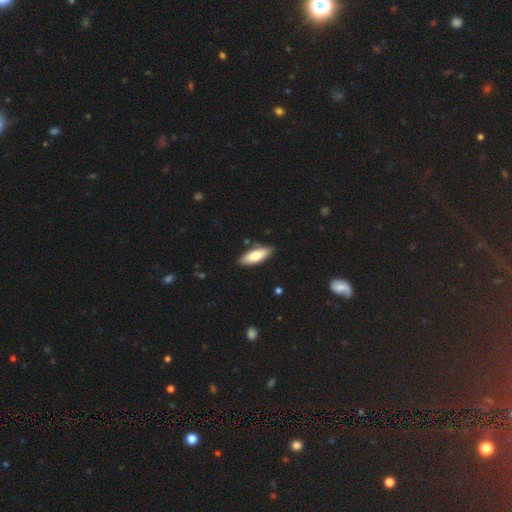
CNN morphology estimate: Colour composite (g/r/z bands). It shows a smooth galaxy with no disk features (76%) that is in between round and cigar-shaped (69%). Merging: none (86%).